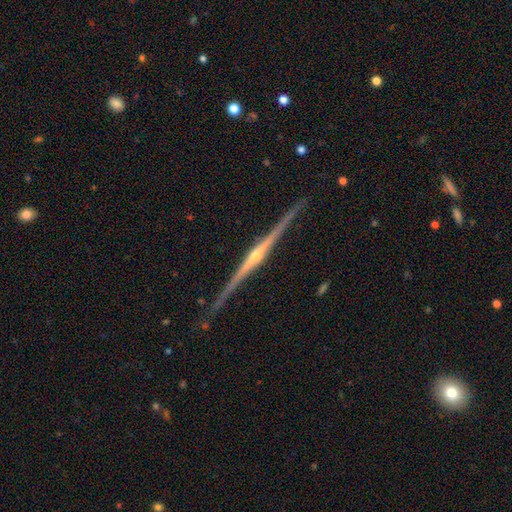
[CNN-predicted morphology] This is clearly a featured or disk galaxy (90%). It is clearly viewed edge-on (99%). Edge-on bulge: clearly rounded (85%). Merging: clearly none (89%).